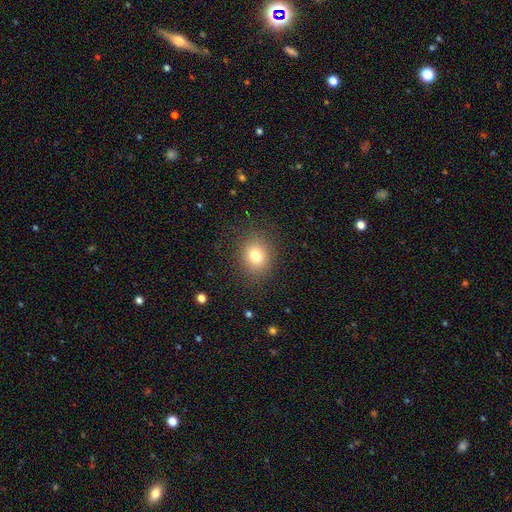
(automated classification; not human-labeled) smooth 78%, star or artifact 13%, featured or disk 9%. Down the decision tree: how rounded — round (65%); merging — none (85%).